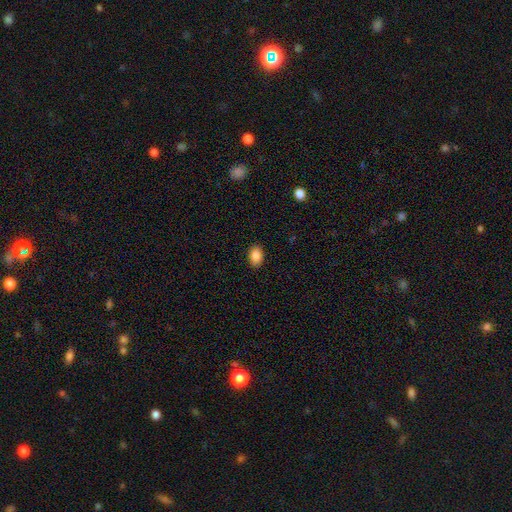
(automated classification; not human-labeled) Smooth or featured? smooth (88%)
How rounded? in between (88%)
Merging? none (88%)